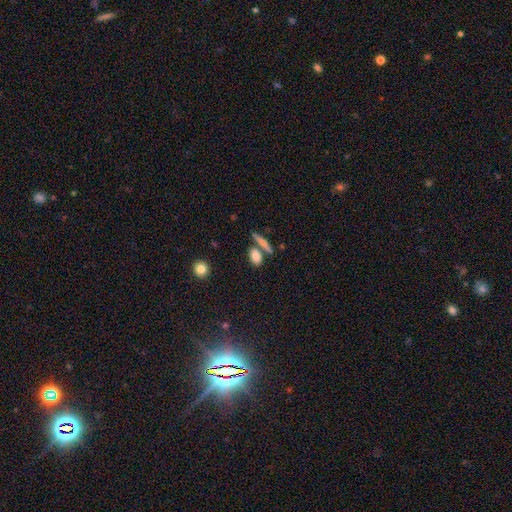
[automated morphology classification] Q: Smooth or featured?
A: smooth (80%); runner-up: featured or disk (11%)
Q: How rounded?
A: in between (72%); runner-up: cigar-shaped (16%)
Q: Merging?
A: none (62%); runner-up: merger (24%)